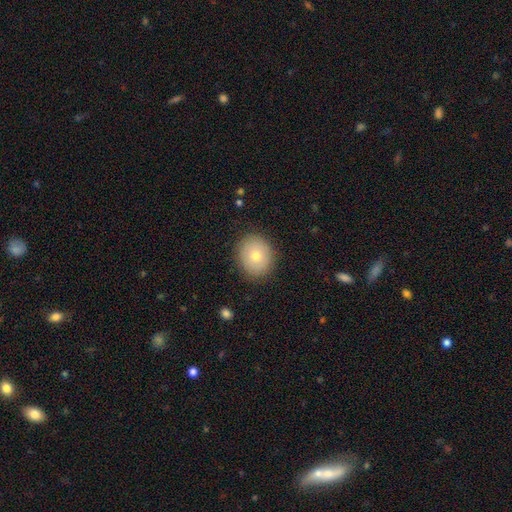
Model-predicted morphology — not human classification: smooth 72%, featured or disk 18%, star or artifact 9%. Down the decision tree: how rounded — round (72%); merging — none (88%).